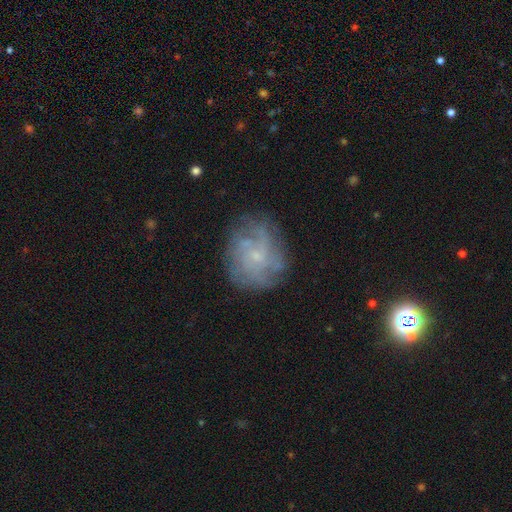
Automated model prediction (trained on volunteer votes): Q: Smooth or featured?
A: featured or disk (68%); runner-up: smooth (21%)
Q: Edge-on disk?
A: no (97%); runner-up: yes (3%)
Q: Bar?
A: no (74%); runner-up: weak (23%)
Q: Spiral arms?
A: yes (85%); runner-up: no (15%)
Q: Spiral winding?
A: tight (47%); runner-up: medium (36%)
Q: Spiral arm count?
A: can't tell (43%); runner-up: 4 (19%)
Q: Bulge size?
A: small (74%); runner-up: moderate (16%)
Q: Merging?
A: none (74%); runner-up: minor disturbance (17%)